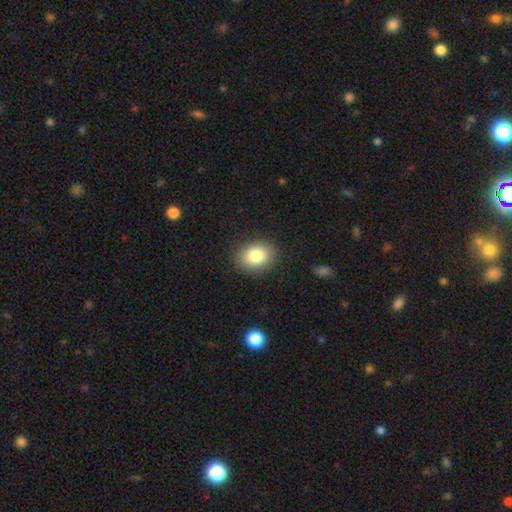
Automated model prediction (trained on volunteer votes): smooth_or_featured: smooth (p=0.83) [alt: star or artifact p=0.09]
how_rounded: in between (p=0.62) [alt: round p=0.37]
merging: none (p=0.88) [alt: minor disturbance p=0.09]